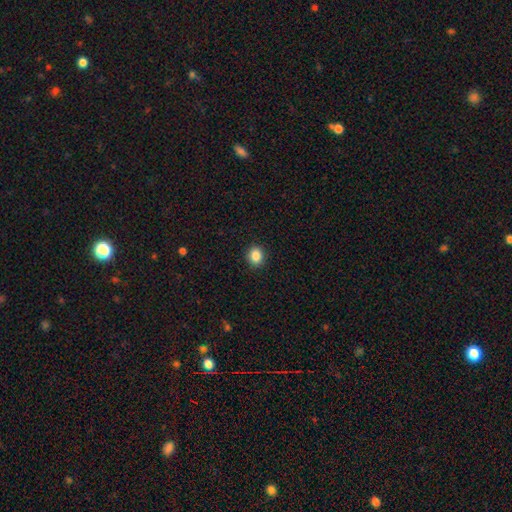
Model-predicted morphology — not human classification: Smooth or featured? smooth (87%)
How rounded? round (73%)
Merging? none (92%)